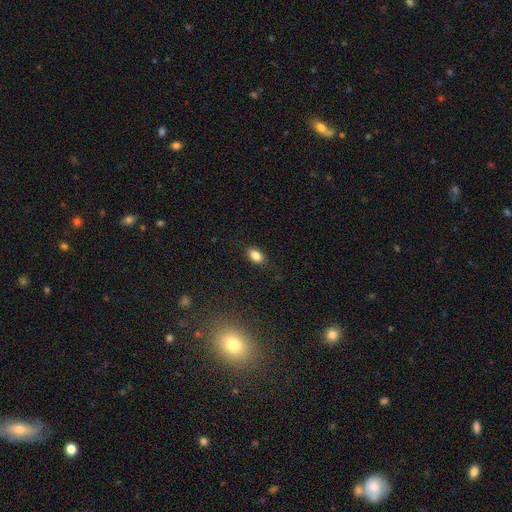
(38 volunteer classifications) Overall: smooth (84%). How rounded: in between (88%). Merging: none (71%).